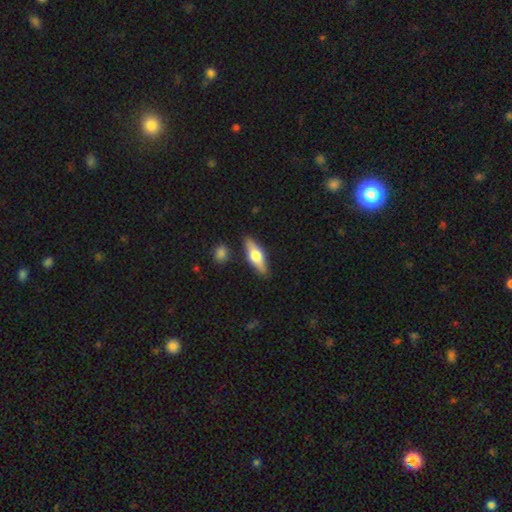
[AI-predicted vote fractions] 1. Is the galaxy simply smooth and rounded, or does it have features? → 51% smooth, 43% featured or disk, 6% star or artifact.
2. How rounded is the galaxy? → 53% in between, 44% cigar-shaped, 3% round.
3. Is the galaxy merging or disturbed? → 85% none, 10% minor disturbance, 3% merger, 2% major disturbance.